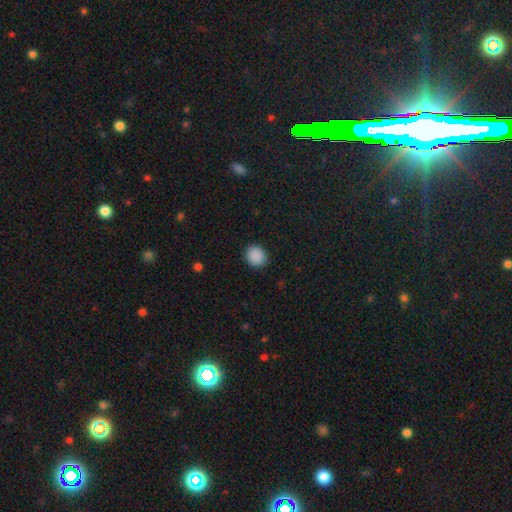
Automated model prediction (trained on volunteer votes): This appears to be a smooth galaxy with no disk features (89%) that is round (73%). Merging: none (89%).